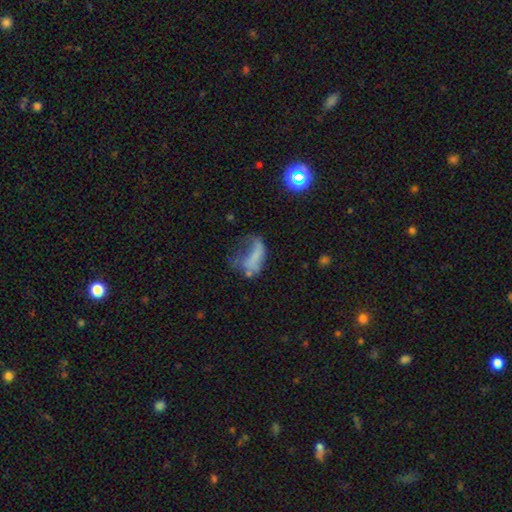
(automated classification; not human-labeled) smooth_or_featured: smooth (p=0.50) [alt: featured or disk p=0.34]
merging: major disturbance (p=0.49) [alt: none p=0.21]